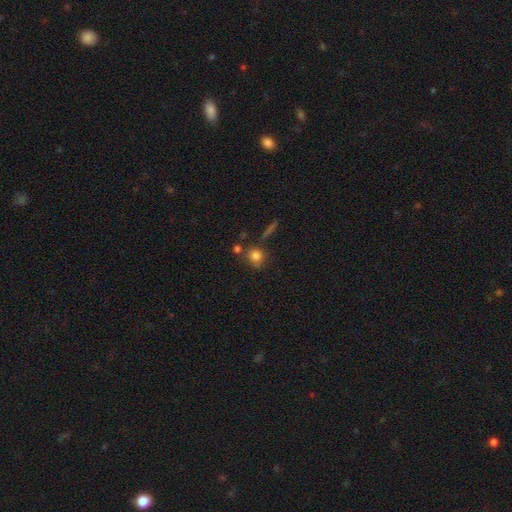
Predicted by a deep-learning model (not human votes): This is likely a smooth galaxy (79%). How rounded: clearly round (81%). Merging: likely none (69%).